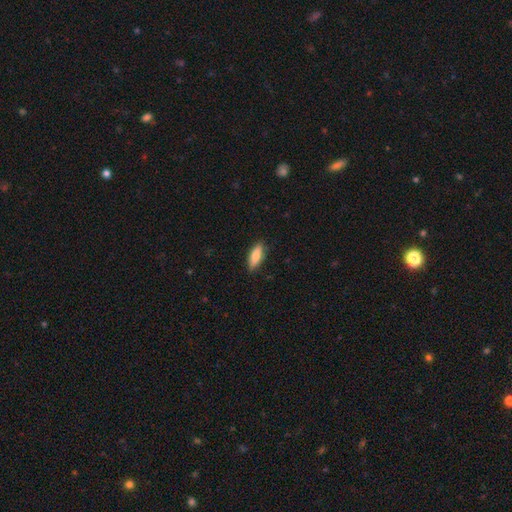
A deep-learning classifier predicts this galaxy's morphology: This appears to be a smooth galaxy with no disk features (80%) that is in between round and cigar-shaped (56%). Merging: none (86%).